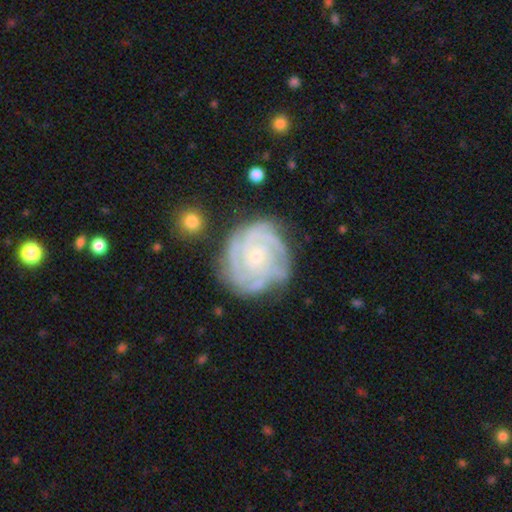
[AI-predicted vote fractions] A featured or disk galaxy (85%) with no bar (79%), tight (76%) spiral arms (95%) and a small central bulge (73%). Merging: none (73%).